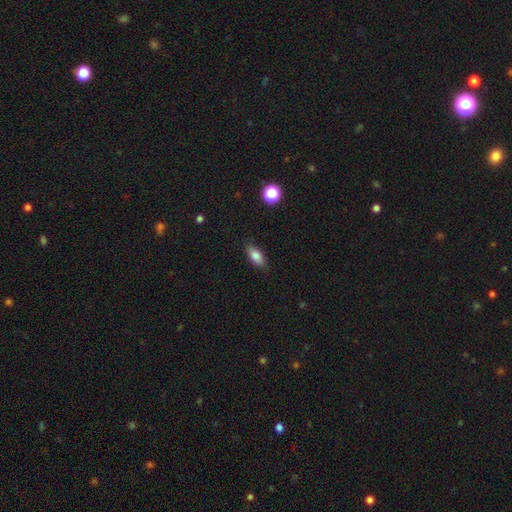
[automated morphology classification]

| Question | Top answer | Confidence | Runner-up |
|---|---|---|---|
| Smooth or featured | smooth | 83% | featured or disk (9%) |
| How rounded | in between | 84% | cigar-shaped (11%) |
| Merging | none | 86% | minor disturbance (11%) |